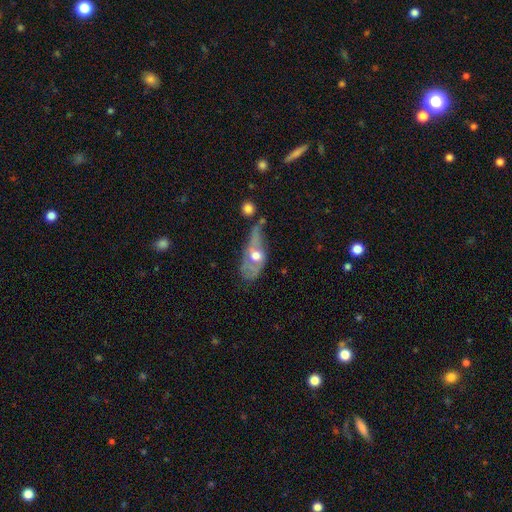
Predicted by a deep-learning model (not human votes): Q: Smooth or featured?
A: featured or disk (54%); runner-up: smooth (39%)
Q: Edge-on disk?
A: no (80%); runner-up: yes (20%)
Q: Merging?
A: major disturbance (41%); runner-up: minor disturbance (23%)